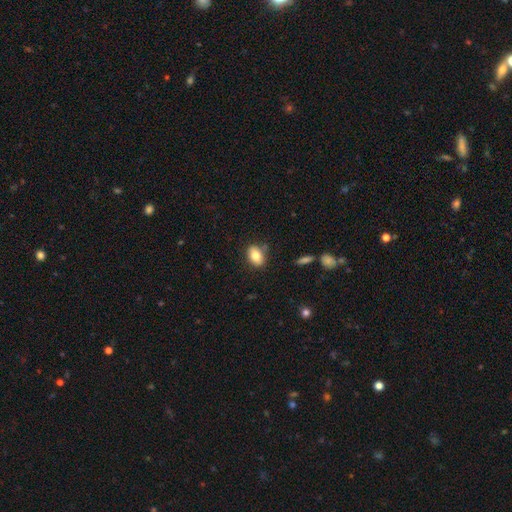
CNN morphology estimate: Smooth or featured: smooth — 79% (featured or disk — 13%)
How rounded: in between — 80% (round — 19%)
Merging: none — 80% (minor disturbance — 14%)